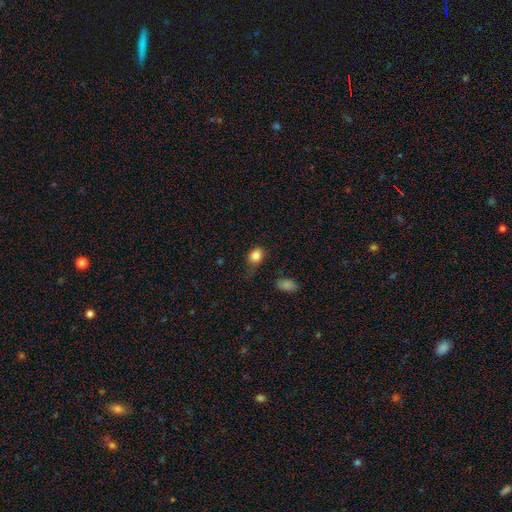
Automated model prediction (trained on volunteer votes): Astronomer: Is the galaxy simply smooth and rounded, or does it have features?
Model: smooth — 85%.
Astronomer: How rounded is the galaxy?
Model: in between — 56% (runner-up: round, 43%).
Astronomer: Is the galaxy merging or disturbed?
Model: none — 56%.